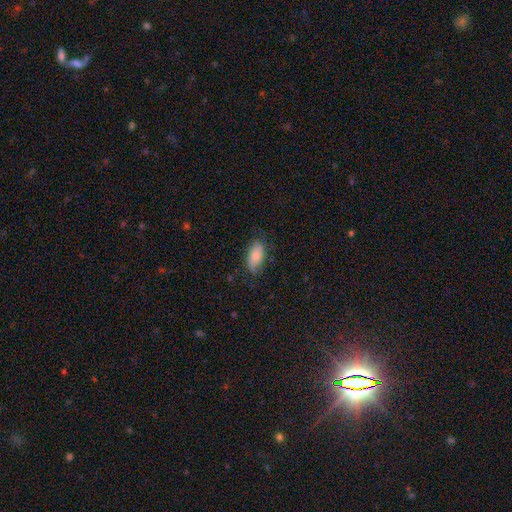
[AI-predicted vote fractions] smooth 73%, featured or disk 20%, star or artifact 7%. Down the decision tree: how rounded — in between (91%); merging — none (69%).